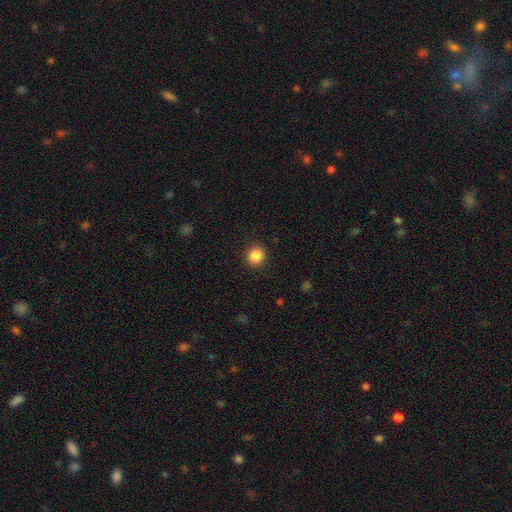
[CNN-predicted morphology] type=smooth (87%); roundness=round (88%); merging=none (91%).